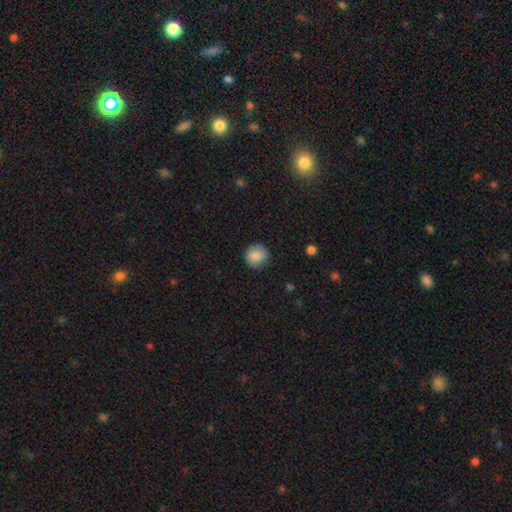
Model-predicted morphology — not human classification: smooth 87%, star or artifact 8%, featured or disk 6%. Down the decision tree: how rounded — round (90%); merging — none (84%).